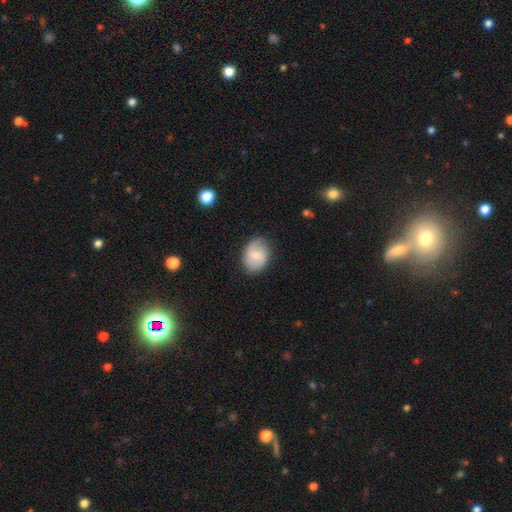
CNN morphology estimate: Q: Smooth or featured?
A: smooth (64%); runner-up: featured or disk (29%)
Q: How rounded?
A: in between (68%); runner-up: round (31%)
Q: Merging?
A: none (79%); runner-up: minor disturbance (16%)